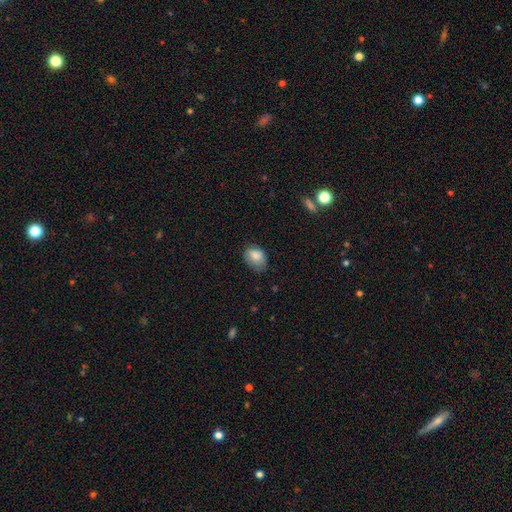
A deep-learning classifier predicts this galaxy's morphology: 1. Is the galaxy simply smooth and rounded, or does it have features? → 83% smooth, 9% featured or disk, 8% star or artifact.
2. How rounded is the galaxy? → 68% in between, 31% round, 1% cigar-shaped.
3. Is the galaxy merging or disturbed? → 59% none, 31% minor disturbance, 8% major disturbance, 1% merger.